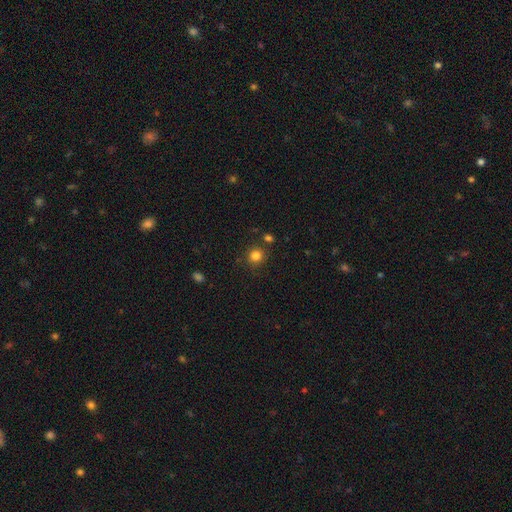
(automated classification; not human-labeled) smooth_or_featured: smooth (p=0.82) [alt: star or artifact p=0.13]
how_rounded: round (p=0.91) [alt: in between p=0.08]
merging: none (p=0.83) [alt: minor disturbance p=0.08]